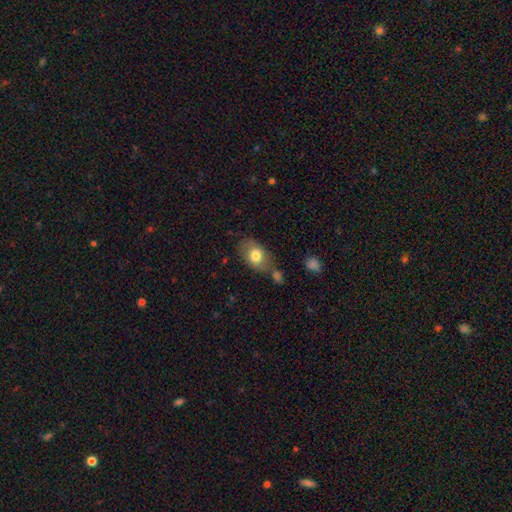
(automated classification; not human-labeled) A smooth galaxy with no disk features (75%) that is in between round and cigar-shaped (79%).

Vote fractions:
- Smooth or featured? smooth: 75% / featured or disk: 17% / star or artifact: 7%
- How rounded? in between: 79% / round: 19% / cigar-shaped: 1%
- Merging? none: 56% / minor disturbance: 20% / merger: 17% / major disturbance: 7%